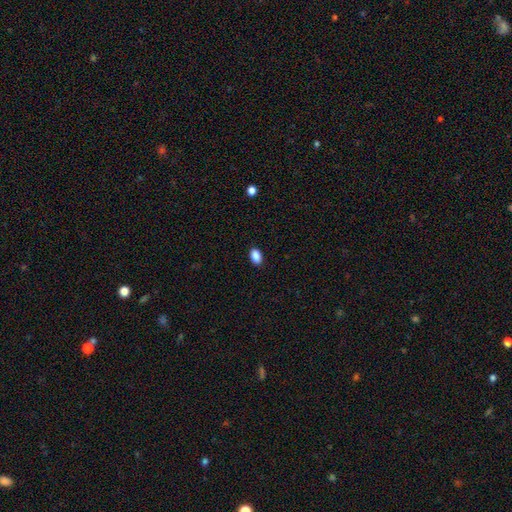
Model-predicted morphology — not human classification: This appears to be a smooth galaxy with no disk features (89%) that is in between round and cigar-shaped (87%). Merging: none (89%).